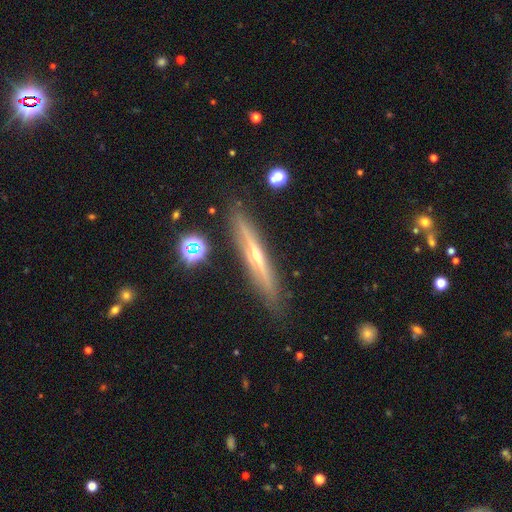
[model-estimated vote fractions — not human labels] A featured or disk galaxy (75%) viewed edge-on (95%) with a rounded central bulge (81%).

Vote fractions:
- Smooth or featured? featured or disk: 75% / smooth: 19% / star or artifact: 6%
- Edge-on disk? yes: 95% / no: 5%
- Edge-on bulge? rounded: 81% / none: 17% / boxy: 2%
- Merging? none: 87% / minor disturbance: 9% / major disturbance: 2% / merger: 2%